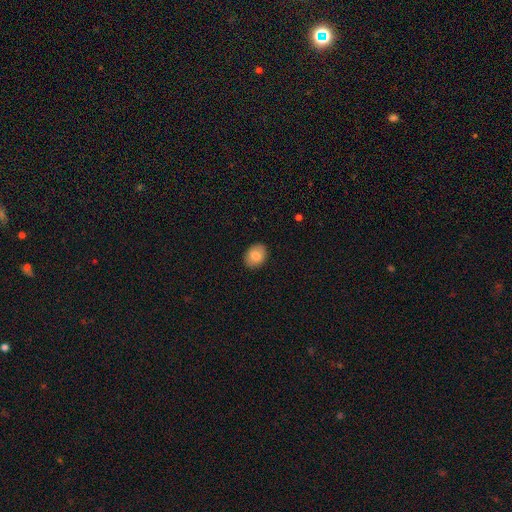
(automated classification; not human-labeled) A smooth galaxy with no disk features (81%) that is in between round and cigar-shaped (65%).

Vote fractions:
- Smooth or featured? smooth: 81% / featured or disk: 11% / star or artifact: 7%
- How rounded? in between: 65% / round: 34% / cigar-shaped: 1%
- Merging? none: 89% / minor disturbance: 8% / major disturbance: 2% / merger: 1%